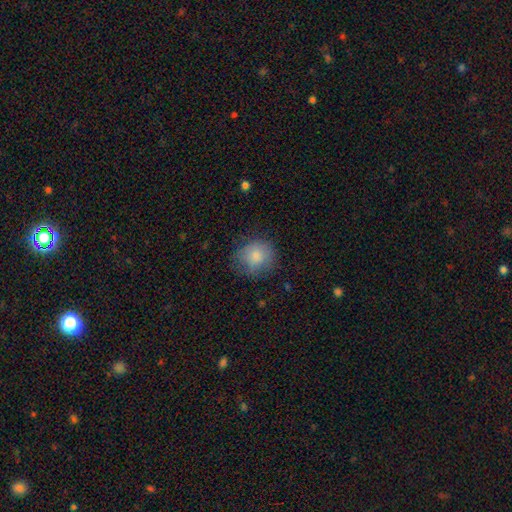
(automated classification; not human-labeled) The model was most divided on "merging": none: 70%, minor disturbance: 21%, major disturbance: 8%, merger: 1%. More confident: how rounded — round (85%); smooth or featured — smooth (82%).